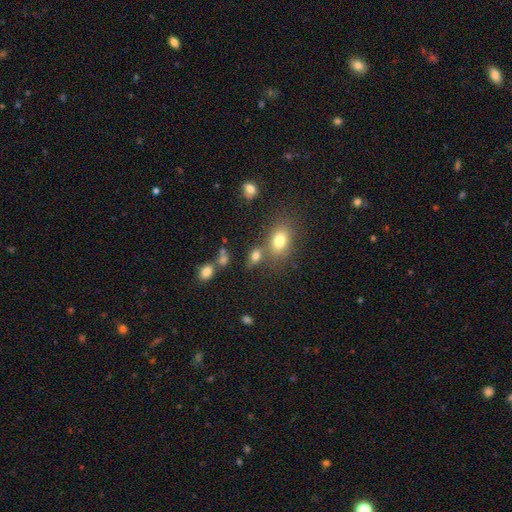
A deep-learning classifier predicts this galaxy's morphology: smooth 76%, star or artifact 14%, featured or disk 10%. Down the decision tree: how rounded — in between (72%); merging — none (54%).